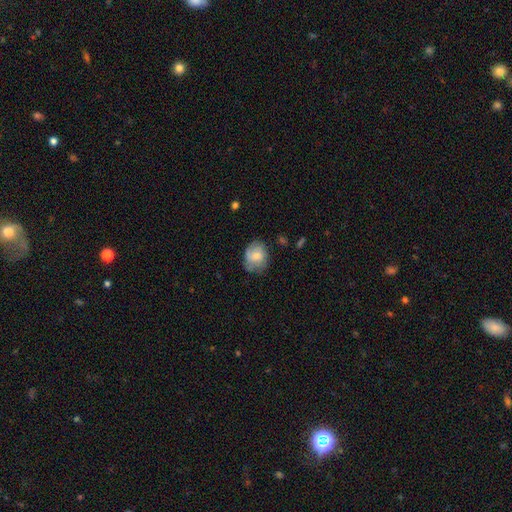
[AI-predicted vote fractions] This appears to be a smooth galaxy with no disk features (61%) that is round (52%). Merging: none (60%).